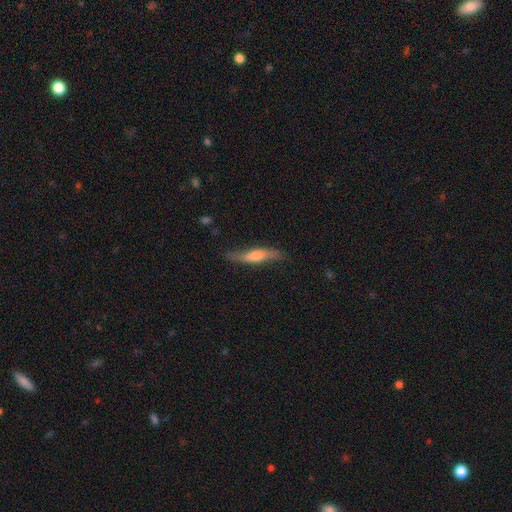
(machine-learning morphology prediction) smooth-or-featured: featured or disk: 49% | smooth: 44% | star or artifact: 7%
  merging: none: 72% | minor disturbance: 21% | major disturbance: 6% | merger: 2%